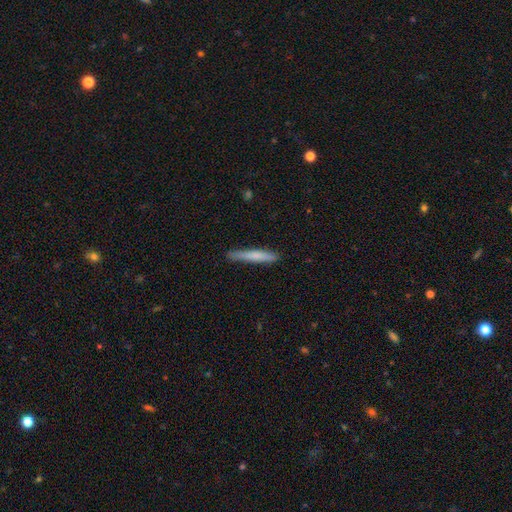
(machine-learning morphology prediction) smooth-or-featured: smooth: 69% | featured or disk: 26% | star or artifact: 6%
  how-rounded: cigar-shaped: 95% | in between: 3% | round: 1%
  merging: none: 83% | minor disturbance: 14% | major disturbance: 2% | merger: 1%